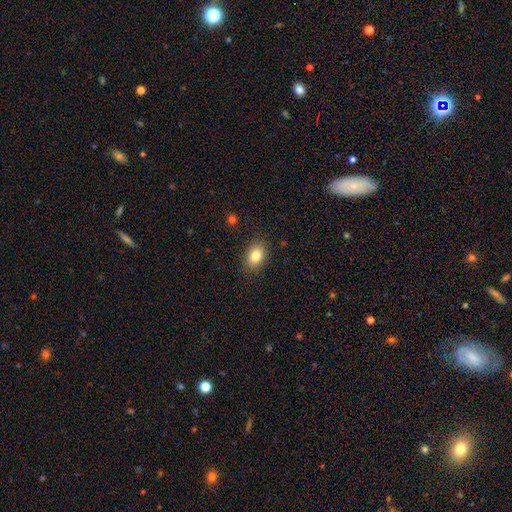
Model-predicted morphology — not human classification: Smooth or featured? Predicted: smooth (p=0.82). How rounded? Predicted: in between (p=0.78). Merging? Predicted: none (p=0.87).